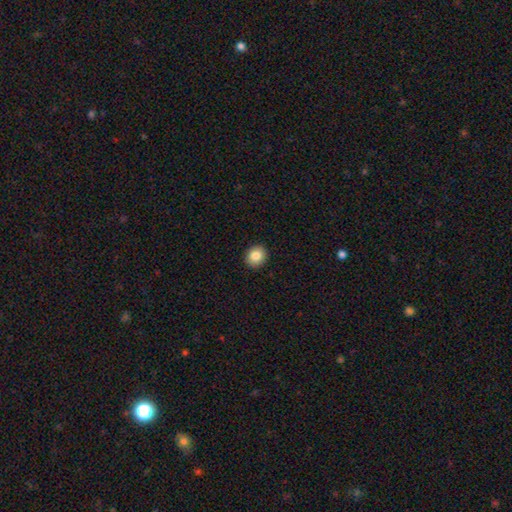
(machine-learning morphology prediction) smooth-or-featured: smooth: 85% | star or artifact: 9% | featured or disk: 6%
  how-rounded: round: 77% | in between: 22% | cigar-shaped: 1%
  merging: none: 92% | minor disturbance: 5% | major disturbance: 2% | merger: 1%